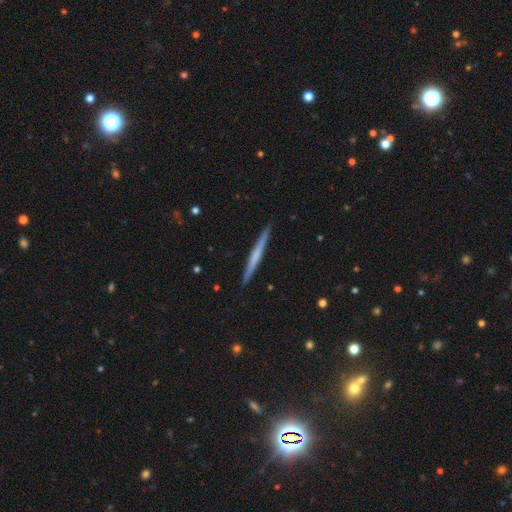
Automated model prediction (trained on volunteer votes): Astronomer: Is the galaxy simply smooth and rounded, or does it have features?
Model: featured or disk — 53% (runner-up: smooth, 42%).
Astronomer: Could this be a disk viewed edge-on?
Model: yes — 98%.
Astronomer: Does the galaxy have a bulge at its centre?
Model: none — 73%.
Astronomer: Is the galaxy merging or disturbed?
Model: none — 92%.